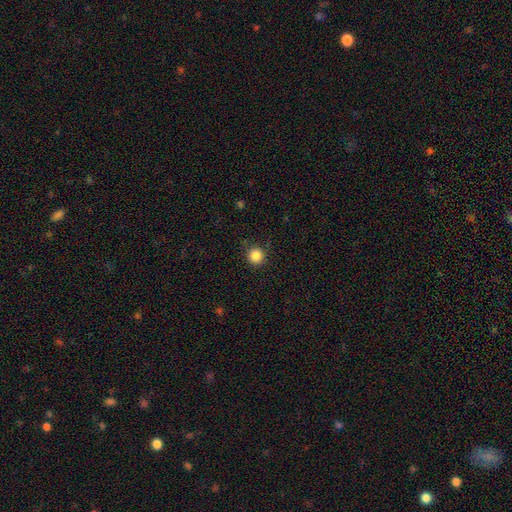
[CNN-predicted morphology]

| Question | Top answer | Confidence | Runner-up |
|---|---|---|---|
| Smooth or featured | smooth | 86% | star or artifact (11%) |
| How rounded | round | 95% | in between (4%) |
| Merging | none | 88% | minor disturbance (8%) |